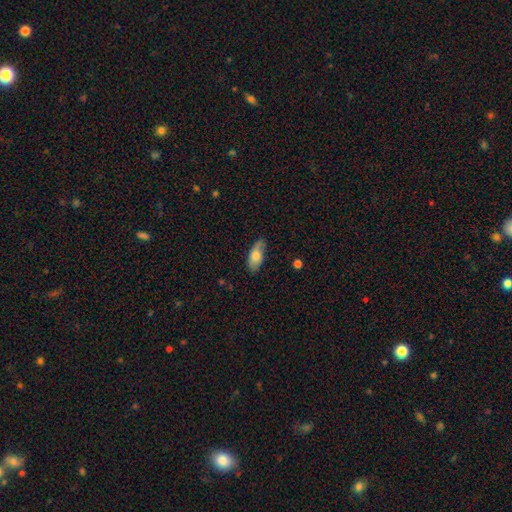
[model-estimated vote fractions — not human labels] Smooth or featured? Predicted: smooth (p=0.73). How rounded? Predicted: in between (p=0.84). Merging? Predicted: none (p=0.64).